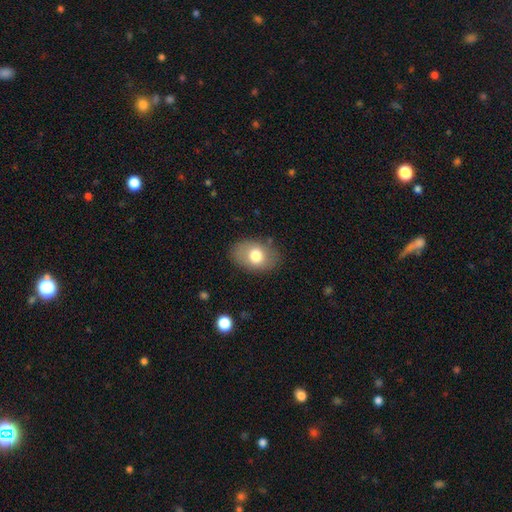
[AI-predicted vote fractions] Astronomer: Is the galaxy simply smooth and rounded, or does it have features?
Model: smooth — 73%.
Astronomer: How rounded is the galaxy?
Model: in between — 81%.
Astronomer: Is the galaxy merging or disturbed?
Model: none — 81%.